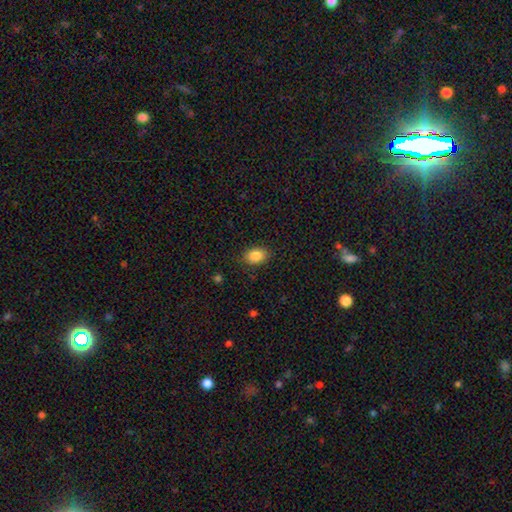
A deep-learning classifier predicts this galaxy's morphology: Q: Smooth or featured?
A: smooth (88%); runner-up: star or artifact (8%)
Q: How rounded?
A: in between (80%); runner-up: round (19%)
Q: Merging?
A: none (84%); runner-up: minor disturbance (12%)